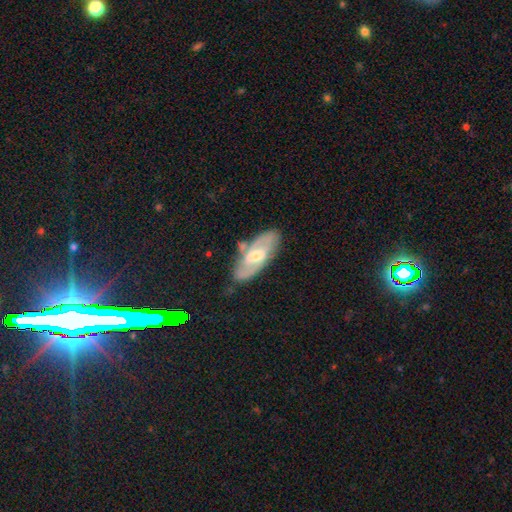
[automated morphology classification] The model was most divided on "bar": weak: 51%, strong: 26%, no: 23%. More confident: edge-on disk — no (86%); spiral arms — yes (77%); merging — none (77%); smooth or featured — featured or disk (68%); bulge size — moderate (58%).